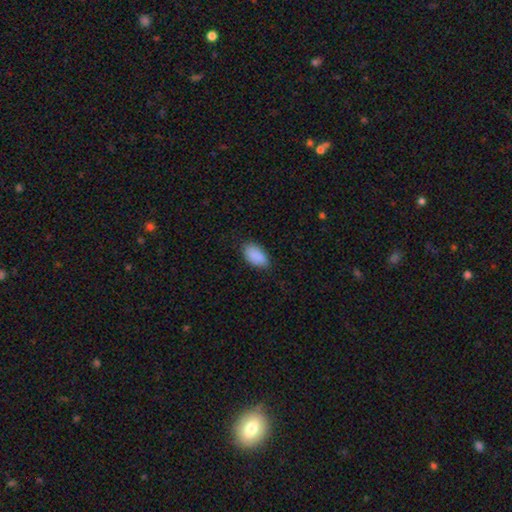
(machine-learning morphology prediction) Overall: smooth (90%). How rounded: in between (94%). Merging: none (79%).